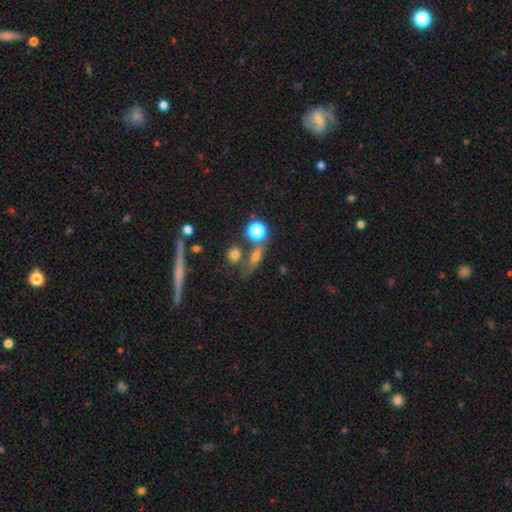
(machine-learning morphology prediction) Smooth or featured? Predicted: smooth (p=0.58). How rounded? Predicted: in between (p=0.39). Merging? Predicted: none (p=0.54).